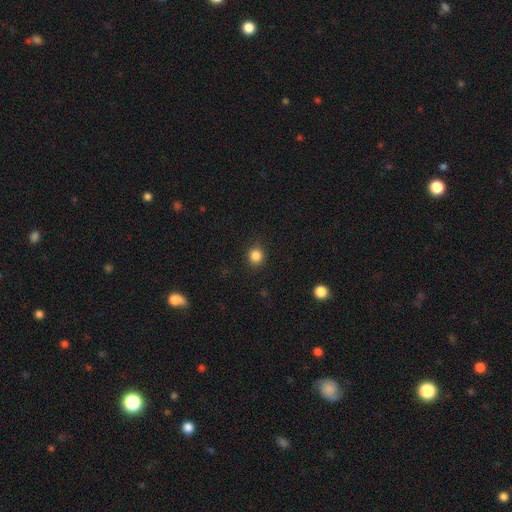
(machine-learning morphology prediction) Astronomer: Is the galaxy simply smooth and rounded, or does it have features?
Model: smooth — 85%.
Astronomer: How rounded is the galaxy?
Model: round — 88%.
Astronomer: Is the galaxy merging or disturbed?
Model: none — 88%.